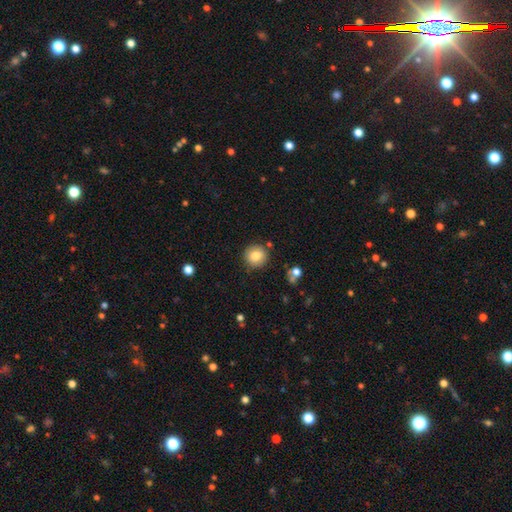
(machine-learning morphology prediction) Smooth or featured? smooth (82%)
How rounded? round (92%)
Merging? none (86%)